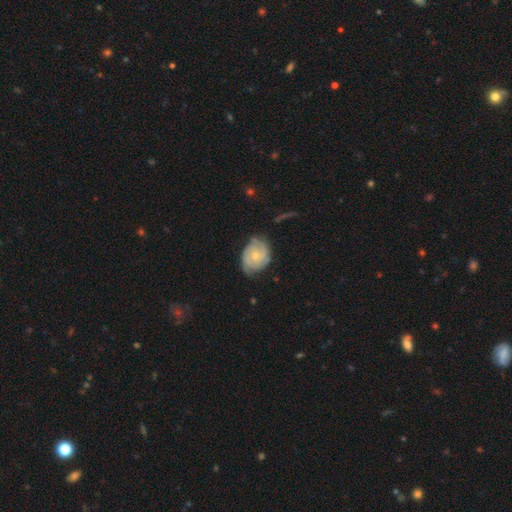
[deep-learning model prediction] The model was most divided on "spiral arm count": 2: 40%, can't tell: 25%, 3: 21%, 4: 5%, 1: 4%, more than 4: 4%. More confident: edge-on disk — no (98%); spiral arms — yes (93%); smooth or featured — featured or disk (74%); bar — no (74%); merging — none (65%); bulge size — small (64%); spiral winding — tight (63%).